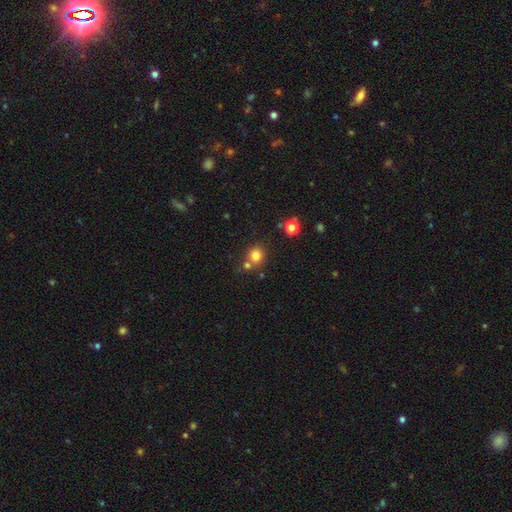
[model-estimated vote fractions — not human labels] smooth-or-featured: smooth: 79% | star or artifact: 14% | featured or disk: 7%
  how-rounded: round: 85% | in between: 14% | cigar-shaped: 1%
  merging: none: 63% | merger: 25% | minor disturbance: 9% | major disturbance: 3%